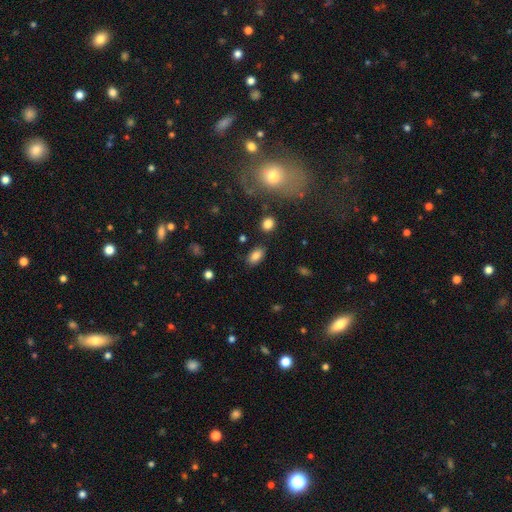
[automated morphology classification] Overall: smooth (83%). How rounded: in between (91%). Merging: none (83%).